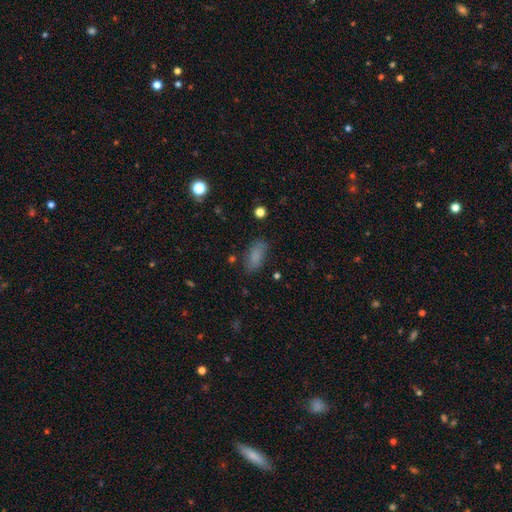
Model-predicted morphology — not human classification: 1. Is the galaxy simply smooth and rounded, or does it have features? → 82% smooth, 10% star or artifact, 8% featured or disk.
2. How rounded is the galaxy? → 84% in between, 12% cigar-shaped, 3% round.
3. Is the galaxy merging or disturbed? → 79% none, 15% minor disturbance, 4% major disturbance, 2% merger.